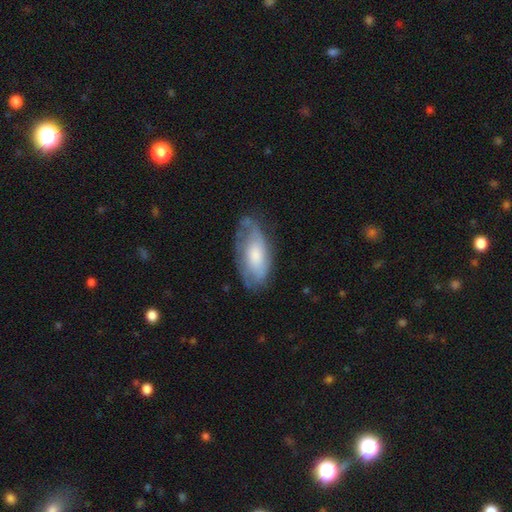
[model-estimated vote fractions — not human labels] smooth 48%, featured or disk 45%, star or artifact 6%. Down the decision tree: merging — none (58%).